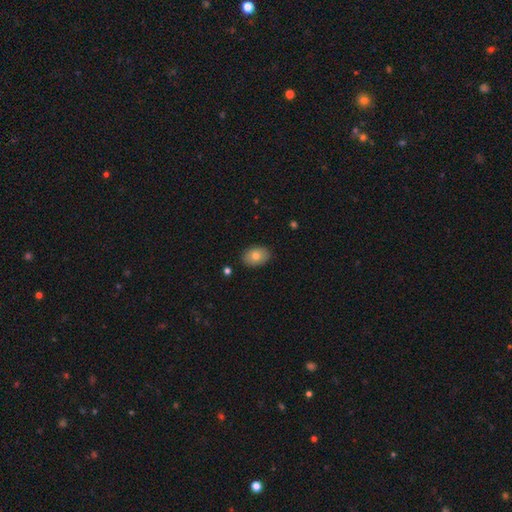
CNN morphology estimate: Overall: smooth (77%). How rounded: in between (80%). Merging: none (87%).